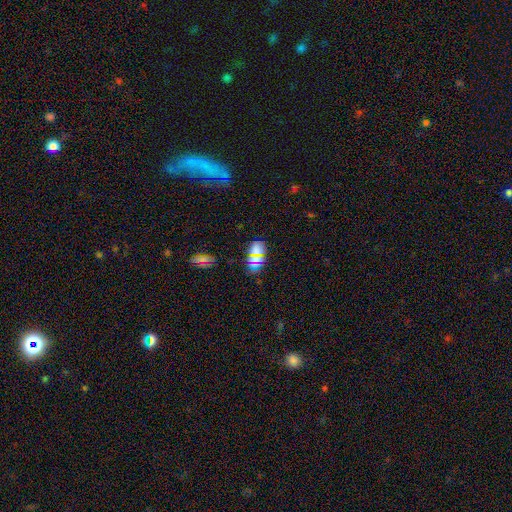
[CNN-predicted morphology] smooth 58%, star or artifact 33%, featured or disk 9%. Down the decision tree: how rounded — in between (75%); merging — none (77%).